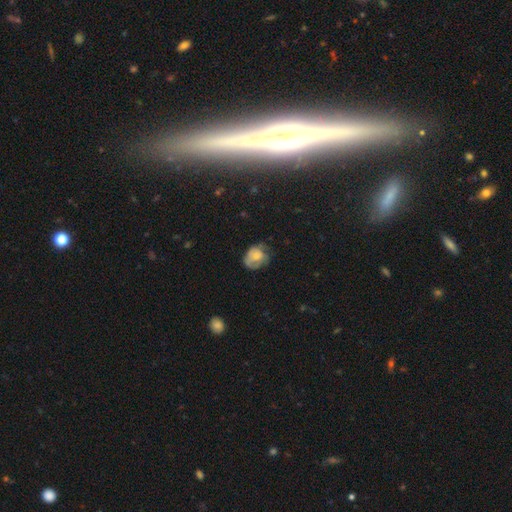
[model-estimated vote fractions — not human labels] Morphology: type=smooth (57%); roundness=round (51%); merging=none (45%).